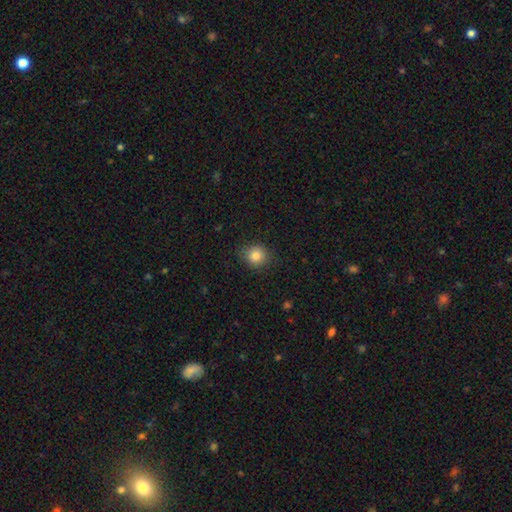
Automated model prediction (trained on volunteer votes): smooth 83%, star or artifact 10%, featured or disk 6%. Down the decision tree: how rounded — round (82%); merging — none (85%).